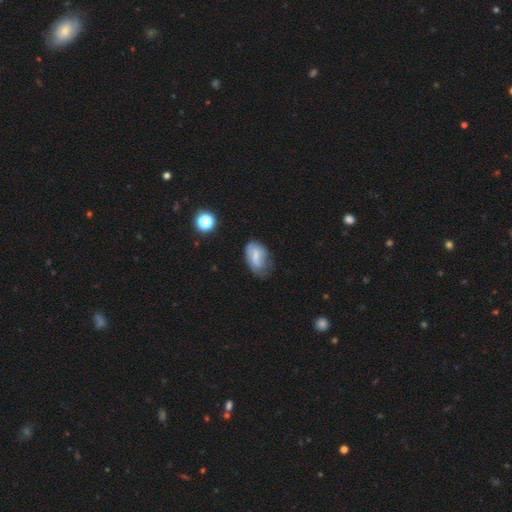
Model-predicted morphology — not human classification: A smooth galaxy with no disk features (55%) that is in between round and cigar-shaped (89%). Merging: none (45%).